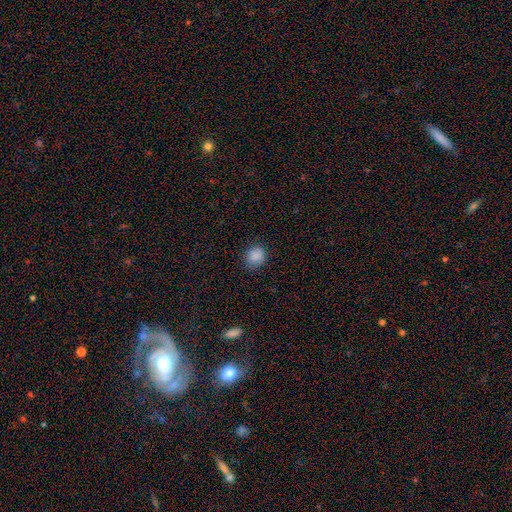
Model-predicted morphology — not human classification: A smooth galaxy with no disk features (87%) that is round (77%). Merging: none (84%).